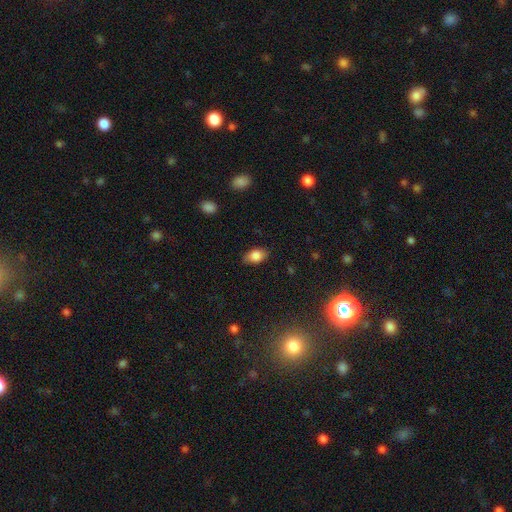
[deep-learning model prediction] smooth_or_featured: smooth (p=0.83) [alt: featured or disk p=0.09]
how_rounded: in between (p=0.86) [alt: round p=0.12]
merging: none (p=0.82) [alt: minor disturbance p=0.14]